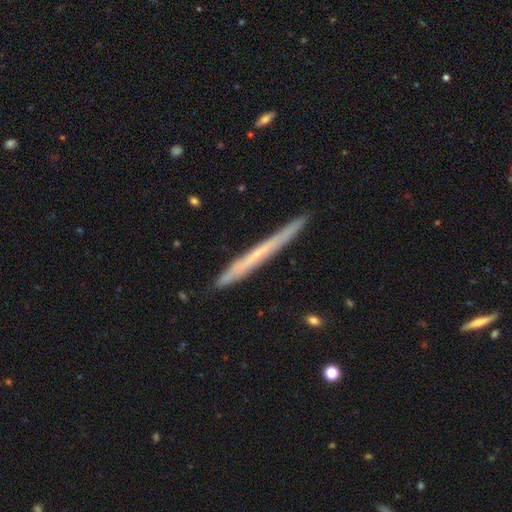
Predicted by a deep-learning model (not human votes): This is possibly a featured or disk galaxy (49%). Merging: clearly none (89%).